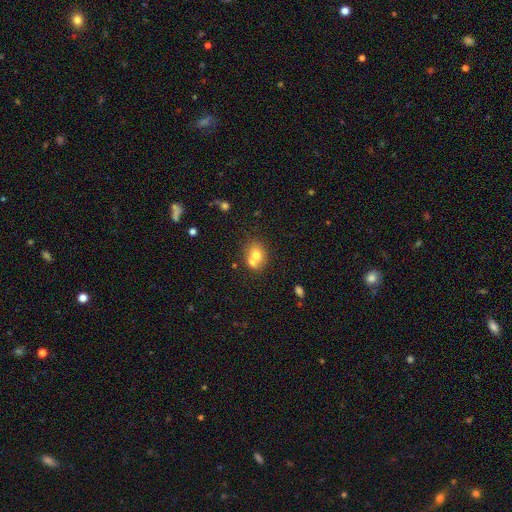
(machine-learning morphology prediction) type=smooth (69%); roundness=round (59%); merging=merger (50%).